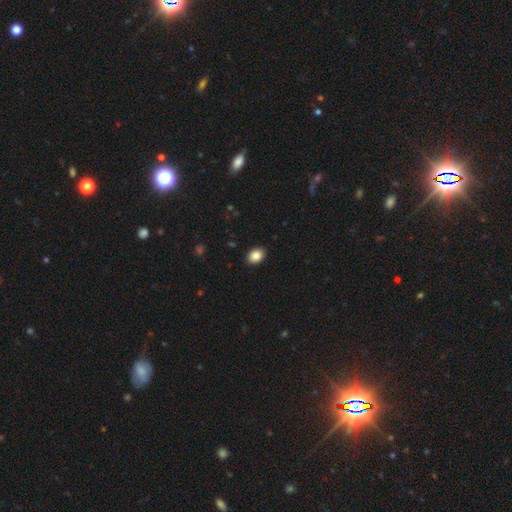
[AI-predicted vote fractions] smooth 87%, star or artifact 8%, featured or disk 5%. Down the decision tree: how rounded — in between (69%); merging — none (91%).